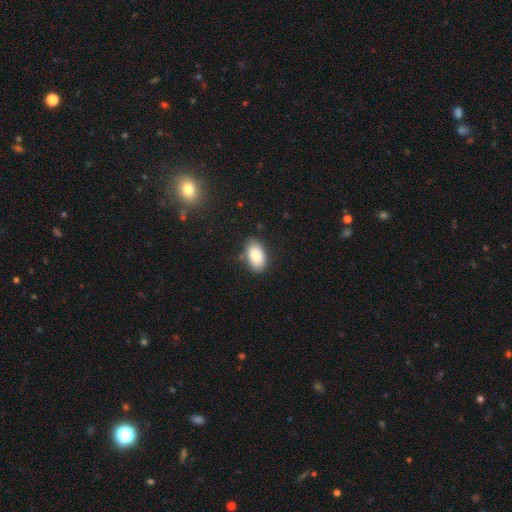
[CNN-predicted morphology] smooth 80%, featured or disk 13%, star or artifact 8%. Down the decision tree: how rounded — in between (92%); merging — none (81%).